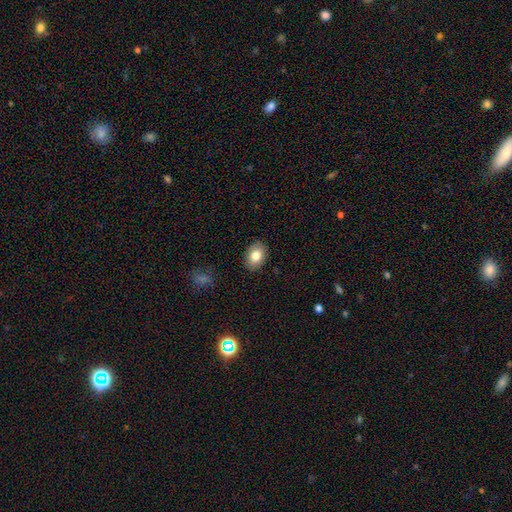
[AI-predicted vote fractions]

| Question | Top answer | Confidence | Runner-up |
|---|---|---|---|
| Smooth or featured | smooth | 81% | featured or disk (11%) |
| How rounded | in between | 80% | round (19%) |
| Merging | none | 88% | minor disturbance (9%) |